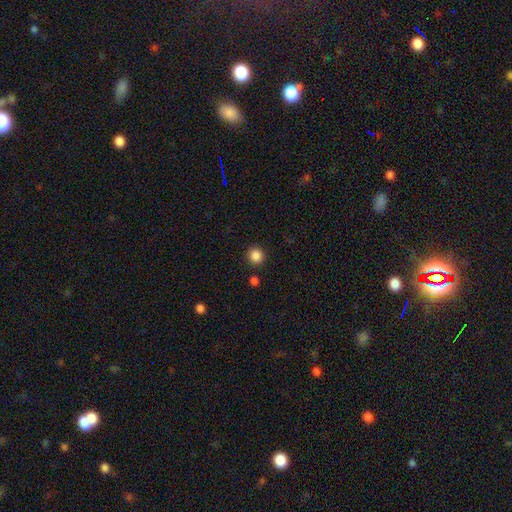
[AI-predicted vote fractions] A smooth galaxy with no disk features (86%) that is round (91%). Merging: none (89%).